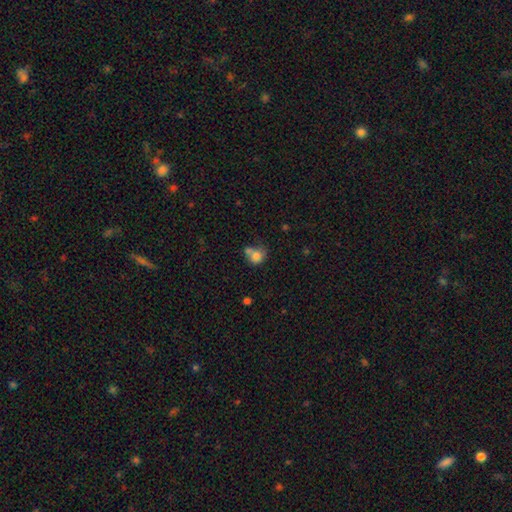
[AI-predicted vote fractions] smooth_or_featured: smooth (p=0.78) [alt: featured or disk p=0.12]
how_rounded: round (p=0.67) [alt: in between p=0.32]
merging: merger (p=0.44) [alt: none p=0.34]